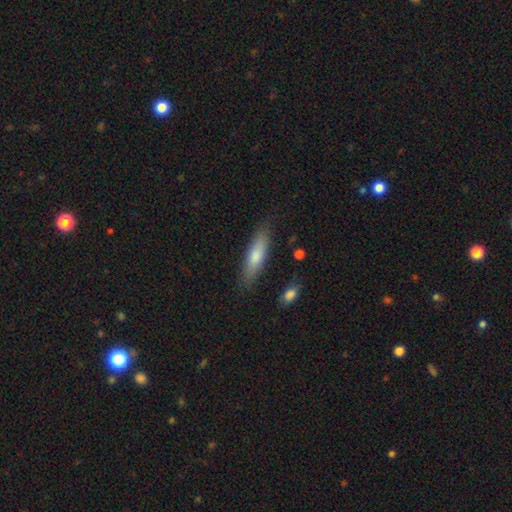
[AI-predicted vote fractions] Overall: smooth (71%). How rounded: cigar-shaped (70%). Merging: none (83%).